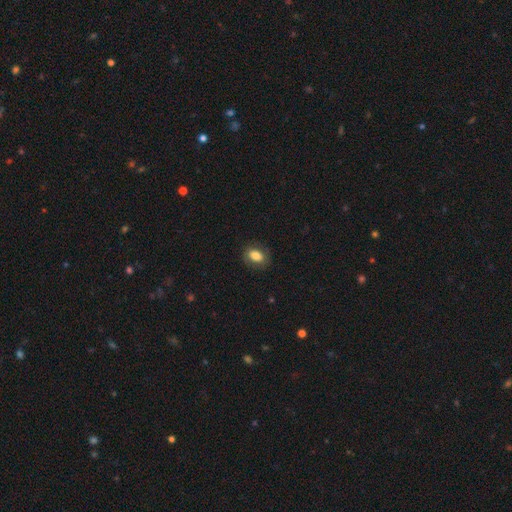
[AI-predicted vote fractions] Overall: smooth (82%). How rounded: in between (78%). Merging: none (82%).